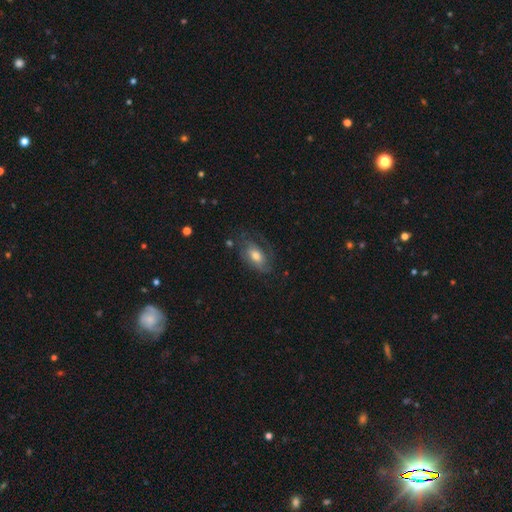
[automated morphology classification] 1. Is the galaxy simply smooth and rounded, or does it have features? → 55% featured or disk, 37% smooth, 8% star or artifact.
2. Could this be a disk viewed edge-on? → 92% no, 8% yes.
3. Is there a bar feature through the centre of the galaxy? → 66% no, 27% weak, 7% strong.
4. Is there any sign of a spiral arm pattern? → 79% yes, 21% no.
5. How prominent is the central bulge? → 63% moderate, 17% small, 17% large, 2% dominant, 2% none.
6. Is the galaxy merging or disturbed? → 57% none, 23% minor disturbance, 18% major disturbance, 2% merger.